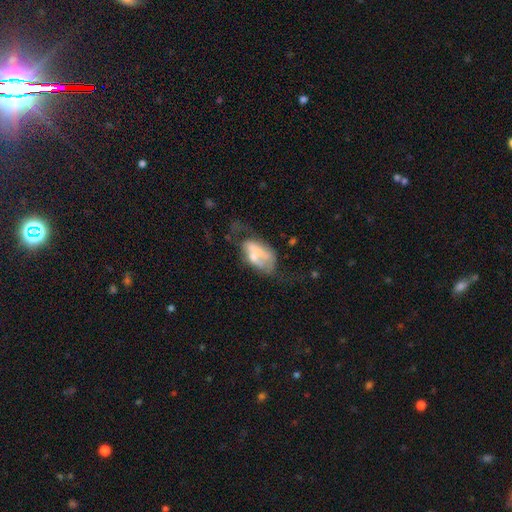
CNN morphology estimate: featured or disk 58%, smooth 34%, star or artifact 9%. Down the decision tree: edge-on disk — no (93%); bar — no (73%); spiral arms — no (66%); bulge size — small (40%); merging — major disturbance (31%).